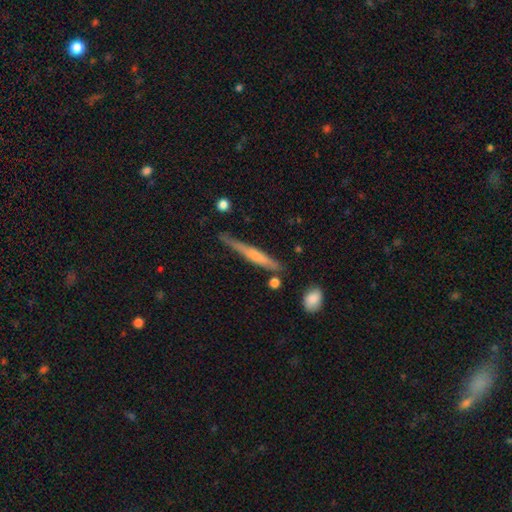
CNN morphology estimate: This appears to be a featured or disk galaxy (48%). Merging: none (68%).